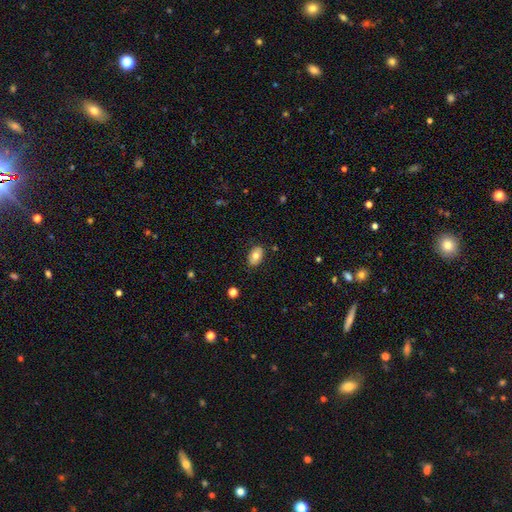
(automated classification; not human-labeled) Overall: smooth (74%). How rounded: in between (88%). Merging: none (84%).